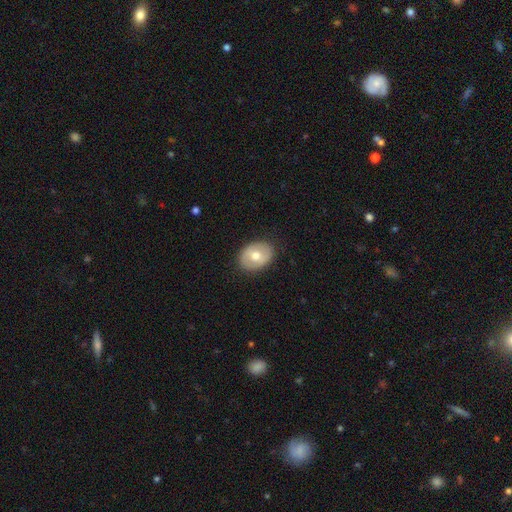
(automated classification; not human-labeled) Q: Smooth or featured?
A: smooth (63%); runner-up: featured or disk (31%)
Q: How rounded?
A: in between (62%); runner-up: round (37%)
Q: Merging?
A: none (86%); runner-up: minor disturbance (10%)